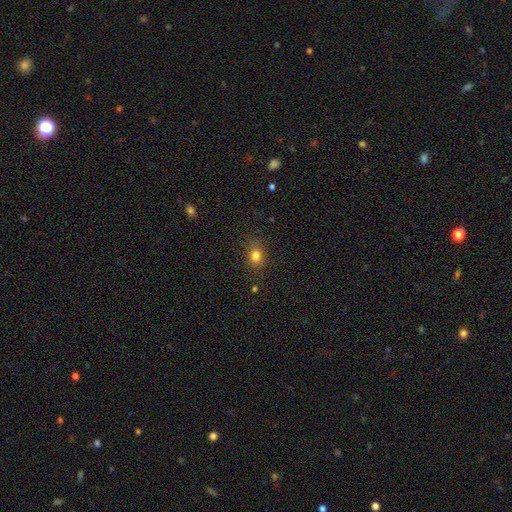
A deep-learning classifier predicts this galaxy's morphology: This is likely a smooth galaxy (79%). How rounded: possibly in between (52%). Merging: clearly none (82%).